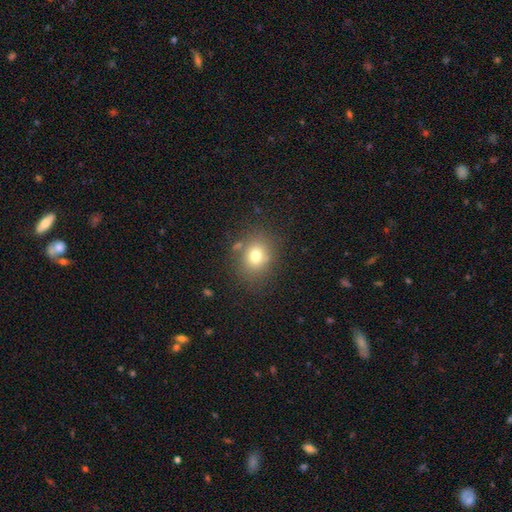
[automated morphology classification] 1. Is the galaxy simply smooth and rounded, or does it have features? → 74% smooth, 14% star or artifact, 12% featured or disk.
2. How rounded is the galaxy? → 61% round, 38% in between, 1% cigar-shaped.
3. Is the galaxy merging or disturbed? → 77% none, 13% minor disturbance, 5% major disturbance, 5% merger.